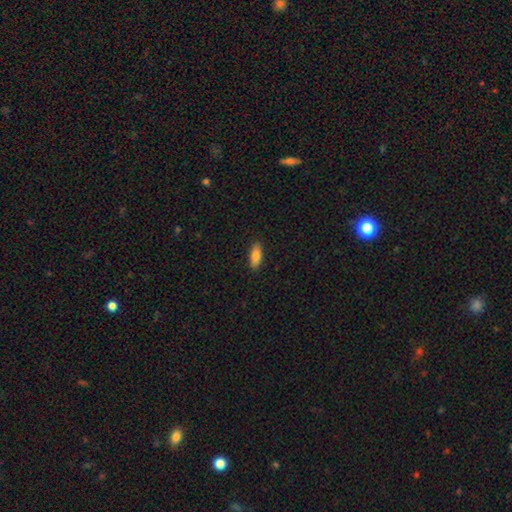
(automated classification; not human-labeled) Q: Smooth or featured?
A: smooth (85%); runner-up: featured or disk (8%)
Q: How rounded?
A: in between (76%); runner-up: cigar-shaped (22%)
Q: Merging?
A: none (89%); runner-up: minor disturbance (8%)